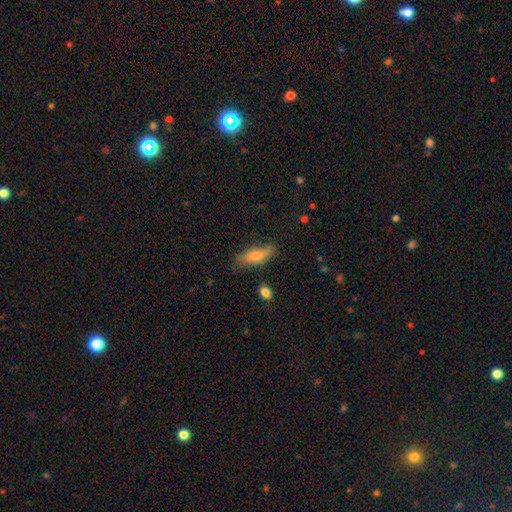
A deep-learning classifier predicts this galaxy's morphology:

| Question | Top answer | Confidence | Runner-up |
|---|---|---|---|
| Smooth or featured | smooth | 69% | featured or disk (24%) |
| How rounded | in between | 58% | cigar-shaped (39%) |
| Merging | none | 74% | minor disturbance (20%) |